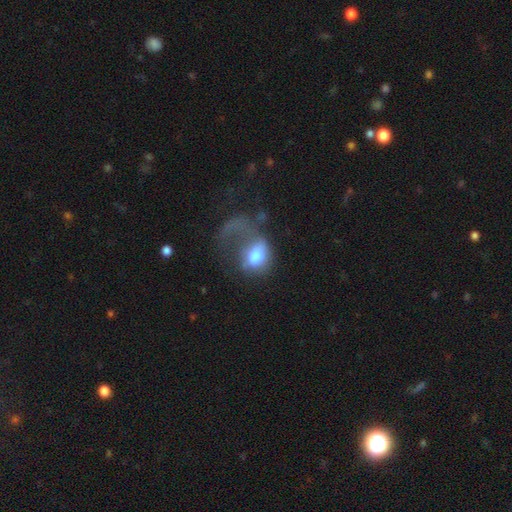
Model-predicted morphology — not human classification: This appears to be a smooth galaxy with no disk features (60%) that is in between round and cigar-shaped (61%). Merging: major disturbance (69%).